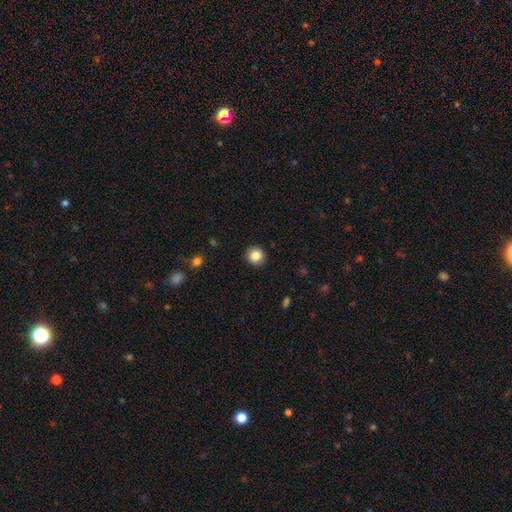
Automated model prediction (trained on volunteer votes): smooth_or_featured: smooth (p=0.85) [alt: star or artifact p=0.10]
how_rounded: round (p=0.91) [alt: in between p=0.08]
merging: none (p=0.92) [alt: minor disturbance p=0.05]